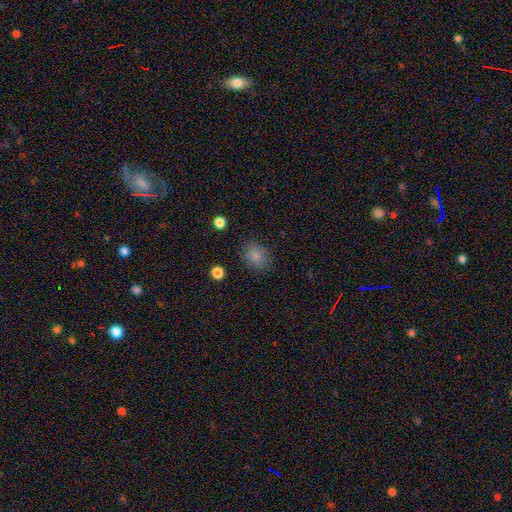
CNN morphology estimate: Smooth or featured?
  - smooth: 83% *
  - star or artifact: 11%
  - featured or disk: 6%
How rounded?
  - round: 50% *
  - in between: 49%
  - cigar-shaped: 1%
Merging?
  - none: 84% *
  - minor disturbance: 11%
  - major disturbance: 4%
  - merger: 2%